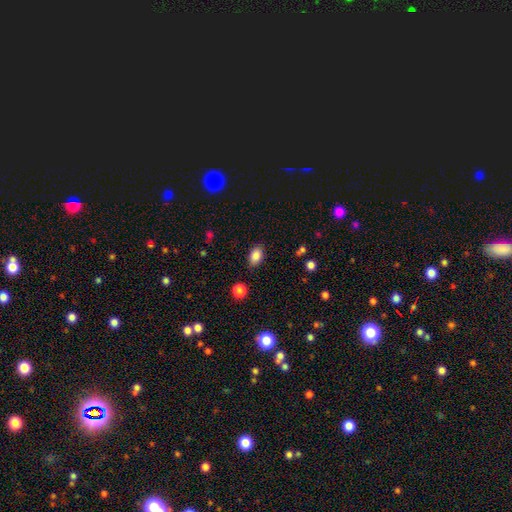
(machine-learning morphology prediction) Q: Smooth or featured?
A: smooth (86%); runner-up: star or artifact (9%)
Q: How rounded?
A: in between (86%); runner-up: round (12%)
Q: Merging?
A: none (84%); runner-up: minor disturbance (12%)